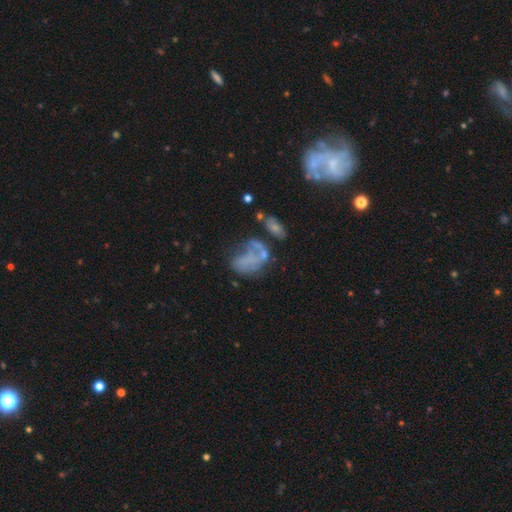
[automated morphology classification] smooth-or-featured: featured or disk: 49% | smooth: 30% | star or artifact: 21%
  merging: major disturbance: 33% | none: 26% | merger: 25% | minor disturbance: 16%